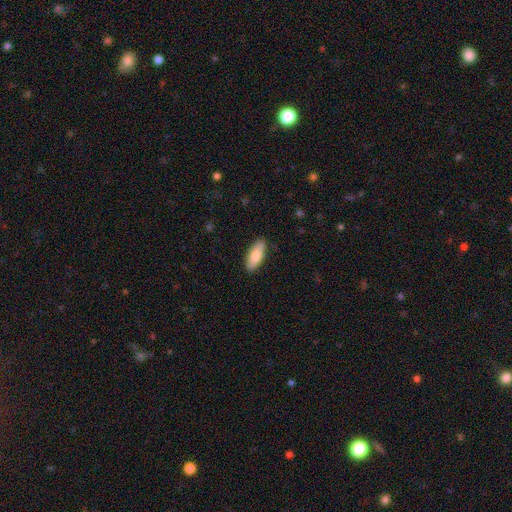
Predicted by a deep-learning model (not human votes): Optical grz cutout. It shows a smooth galaxy with no disk features (79%) that is in between round and cigar-shaped (78%). Merging: none (88%).